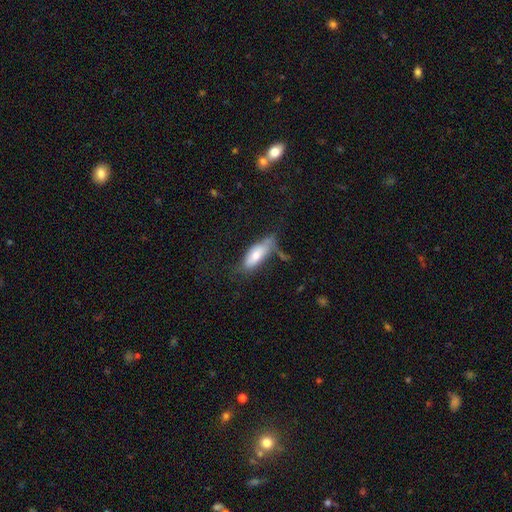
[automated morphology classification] Smooth or featured: smooth — 67% (featured or disk — 26%)
How rounded: in between — 68% (cigar-shaped — 30%)
Merging: none — 49% (minor disturbance — 30%)